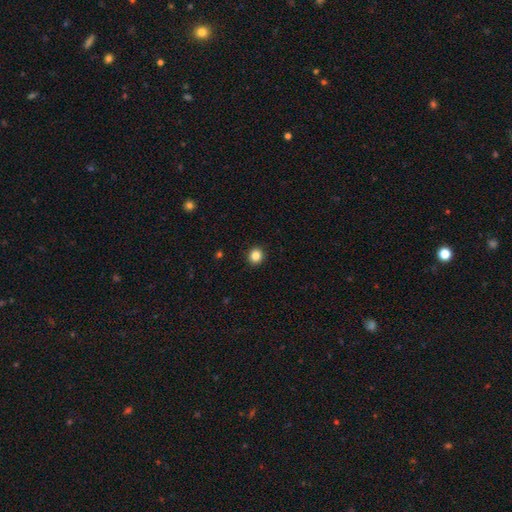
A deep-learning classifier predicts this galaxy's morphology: The model was most divided on "how rounded": round: 87%, in between: 12%, cigar-shaped: 1%. More confident: merging — none (93%); smooth or featured — smooth (85%).